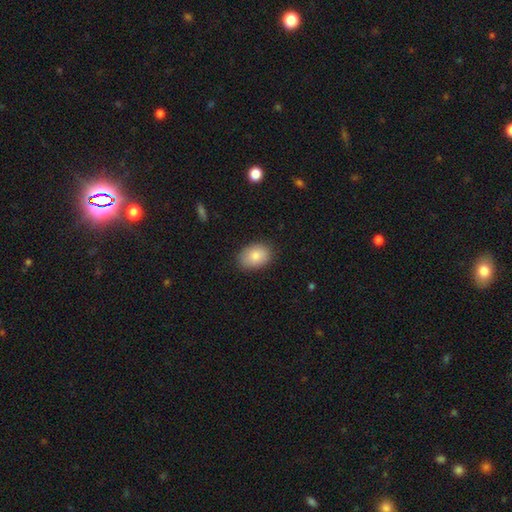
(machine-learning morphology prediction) Q: Smooth or featured?
A: smooth (84%); runner-up: featured or disk (9%)
Q: How rounded?
A: in between (79%); runner-up: round (20%)
Q: Merging?
A: none (85%); runner-up: minor disturbance (12%)